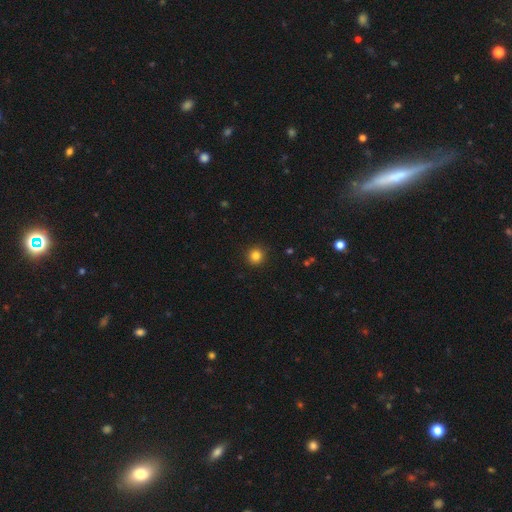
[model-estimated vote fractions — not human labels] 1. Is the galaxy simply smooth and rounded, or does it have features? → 83% smooth, 12% star or artifact, 5% featured or disk.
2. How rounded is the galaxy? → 94% round, 5% in between, 1% cigar-shaped.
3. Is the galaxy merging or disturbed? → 92% none, 5% minor disturbance, 2% major disturbance, 1% merger.